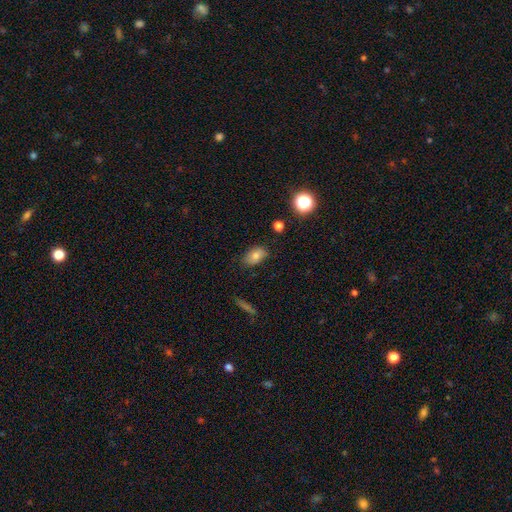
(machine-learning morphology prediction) smooth-or-featured: smooth: 78% | featured or disk: 11% | star or artifact: 11%
  how-rounded: in between: 88% | round: 10% | cigar-shaped: 2%
  merging: none: 79% | minor disturbance: 16% | major disturbance: 3% | merger: 2%